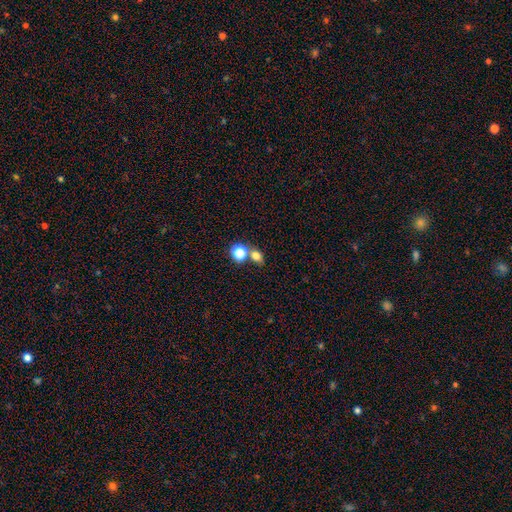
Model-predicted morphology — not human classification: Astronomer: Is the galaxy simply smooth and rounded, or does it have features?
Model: smooth — 76%.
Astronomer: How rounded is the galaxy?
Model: round — 55% (runner-up: in between, 44%).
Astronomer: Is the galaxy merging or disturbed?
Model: none — 53% (runner-up: merger, 35%).